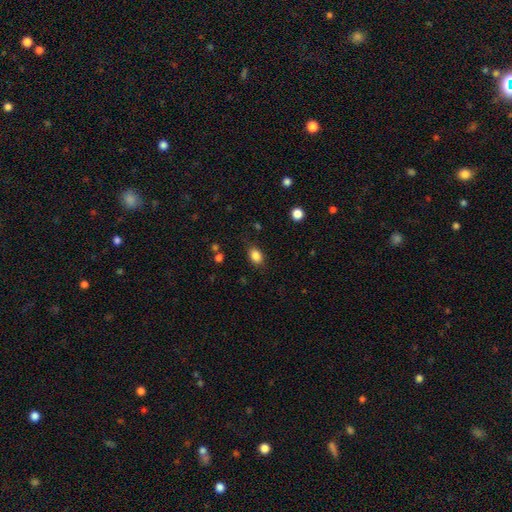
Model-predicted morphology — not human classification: This is clearly a smooth galaxy (86%). How rounded: likely in between (76%). Merging: clearly none (83%).